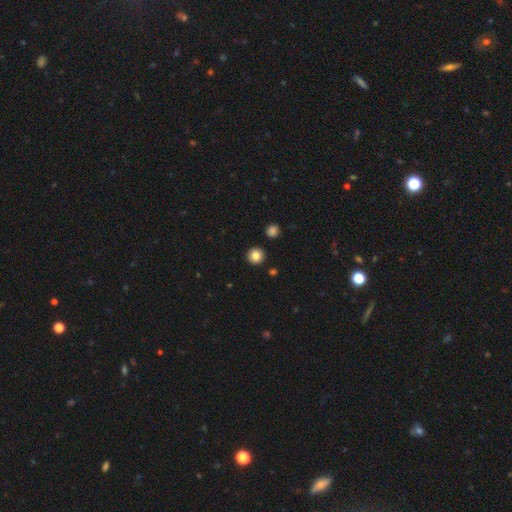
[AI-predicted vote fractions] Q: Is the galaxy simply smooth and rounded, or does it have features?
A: smooth — 85%.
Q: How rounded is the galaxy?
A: round — 94%.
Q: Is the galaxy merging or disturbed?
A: none — 92%.